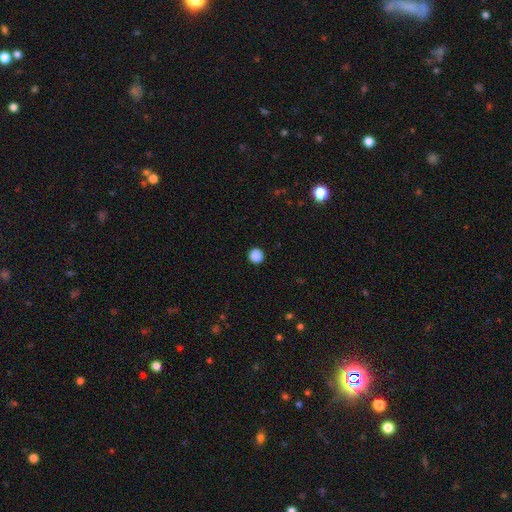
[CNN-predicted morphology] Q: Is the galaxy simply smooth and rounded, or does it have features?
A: smooth — 88%.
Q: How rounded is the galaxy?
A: round — 94%.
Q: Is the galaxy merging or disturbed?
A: none — 93%.